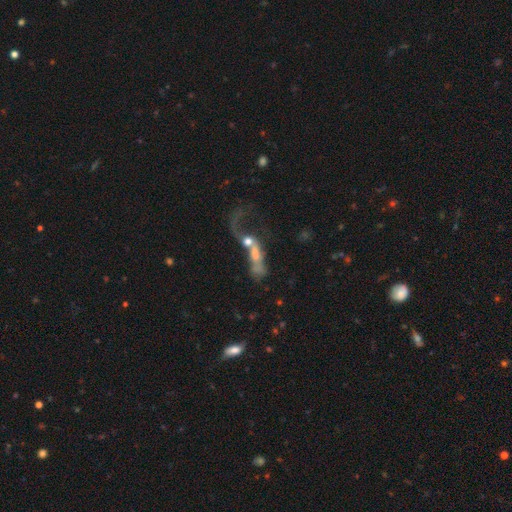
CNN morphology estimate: type=featured or disk (49%); merging=merger (58%).